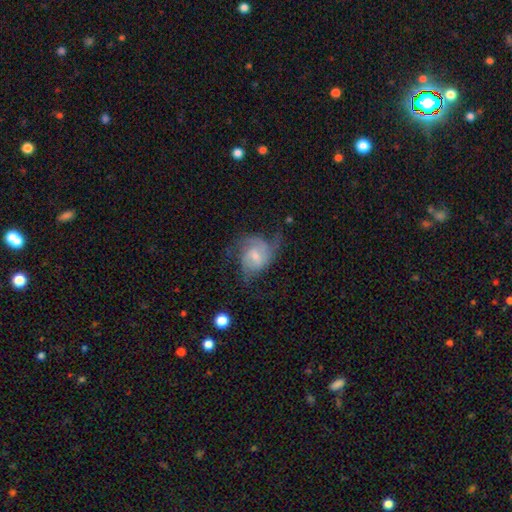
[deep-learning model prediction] featured or disk 67%, smooth 26%, star or artifact 7%. Down the decision tree: edge-on disk — no (97%); bar — weak (50%); spiral arms — yes (88%); spiral arm count — 2 (48%); spiral winding — medium (45%); bulge size — small (47%); merging — none (41%).